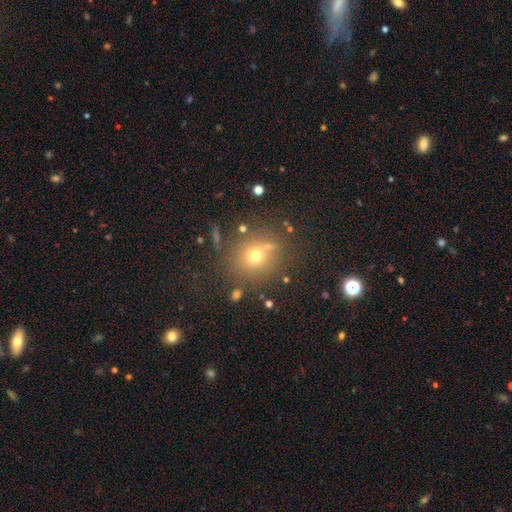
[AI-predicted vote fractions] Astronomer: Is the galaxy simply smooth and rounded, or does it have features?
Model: smooth — 65%.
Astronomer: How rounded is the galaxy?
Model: round — 88%.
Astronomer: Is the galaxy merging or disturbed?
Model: none — 75%.